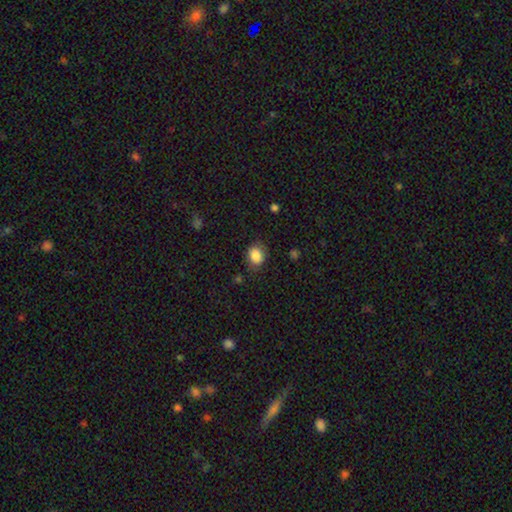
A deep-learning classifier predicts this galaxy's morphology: Smooth or featured? smooth (86%)
How rounded? in between (51%)
Merging? none (77%)